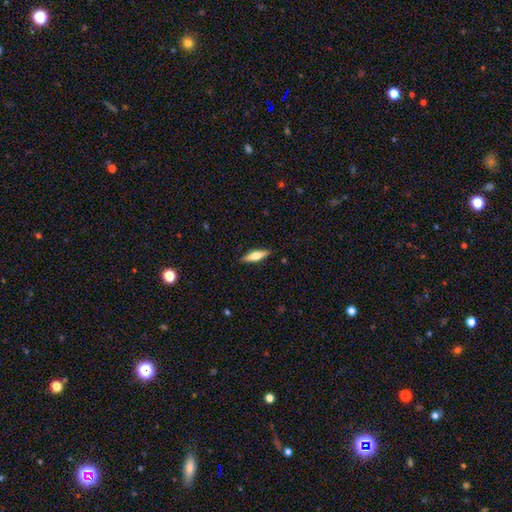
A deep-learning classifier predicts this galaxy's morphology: Smooth or featured? smooth (53%)
How rounded? cigar-shaped (61%)
Merging? none (88%)